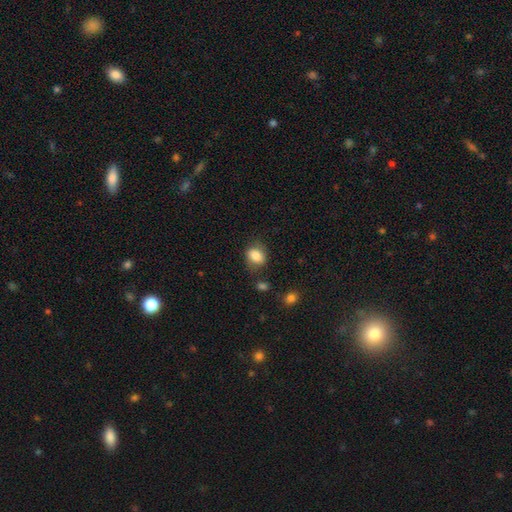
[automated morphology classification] smooth 83%, featured or disk 9%, star or artifact 8%. Down the decision tree: how rounded — in between (58%); merging — none (70%).